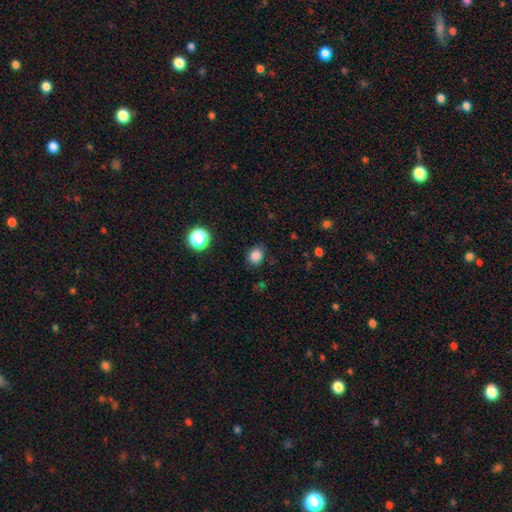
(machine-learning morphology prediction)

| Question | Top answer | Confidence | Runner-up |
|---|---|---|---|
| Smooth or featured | smooth | 83% | star or artifact (13%) |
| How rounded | round | 63% | in between (37%) |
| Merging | none | 84% | minor disturbance (12%) |